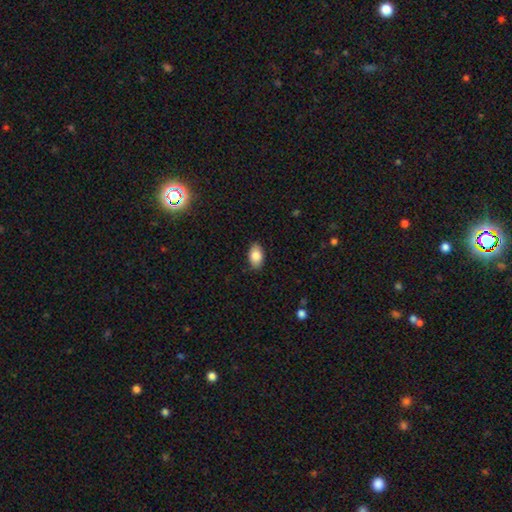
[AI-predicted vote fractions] A smooth galaxy with no disk features (85%) that is in between round and cigar-shaped (92%).

Vote fractions:
- Smooth or featured? smooth: 85% / featured or disk: 8% / star or artifact: 7%
- How rounded? in between: 92% / round: 6% / cigar-shaped: 2%
- Merging? none: 87% / minor disturbance: 10% / major disturbance: 2% / merger: 1%